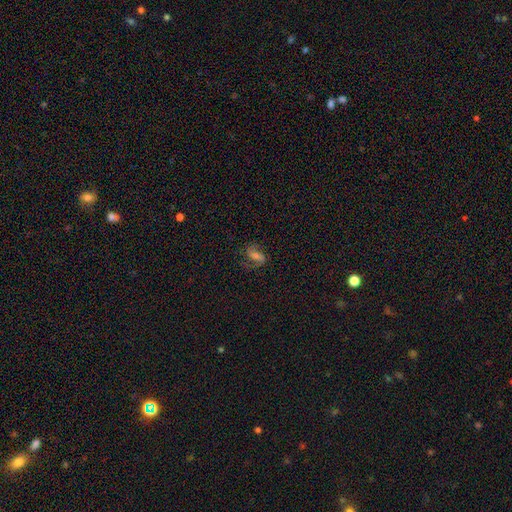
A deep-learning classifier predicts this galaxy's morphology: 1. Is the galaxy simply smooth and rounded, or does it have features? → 56% featured or disk, 25% smooth, 19% star or artifact.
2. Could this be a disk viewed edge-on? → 94% no, 6% yes.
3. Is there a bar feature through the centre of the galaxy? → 40% weak, 33% strong, 26% no.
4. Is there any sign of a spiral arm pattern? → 88% yes, 12% no.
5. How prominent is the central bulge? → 33% small, 31% moderate, 20% none, 13% large, 3% dominant.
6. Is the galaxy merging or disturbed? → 69% none, 16% minor disturbance, 13% major disturbance, 2% merger.